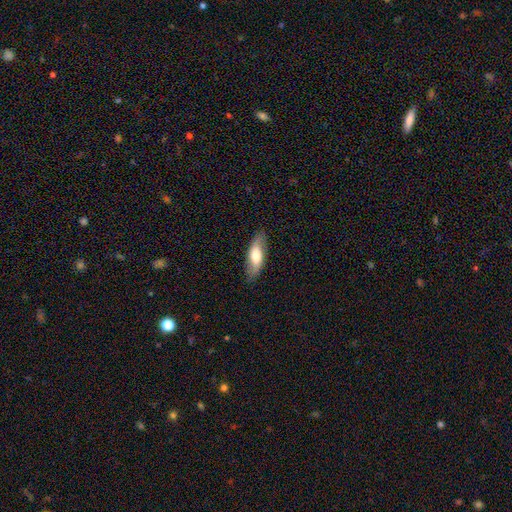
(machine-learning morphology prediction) This is possibly a smooth galaxy (56%). How rounded: likely in between (68%). Merging: clearly none (82%).